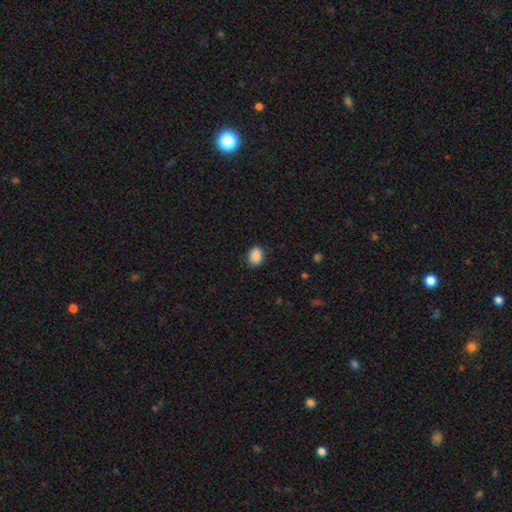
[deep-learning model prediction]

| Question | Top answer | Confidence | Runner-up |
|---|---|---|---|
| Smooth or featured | smooth | 88% | star or artifact (8%) |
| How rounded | in between | 57% | round (42%) |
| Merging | none | 86% | minor disturbance (10%) |